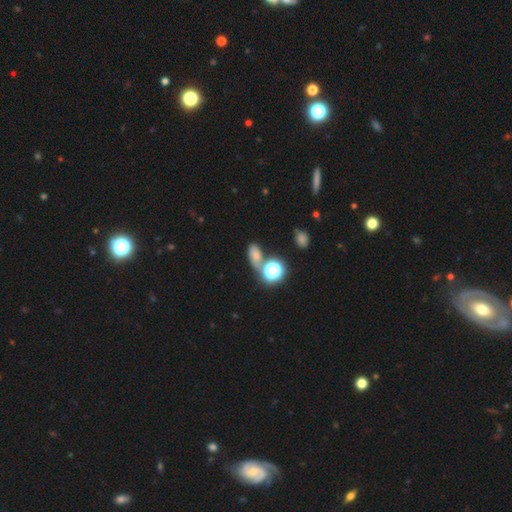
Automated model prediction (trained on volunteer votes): Smooth or featured? smooth (61%)
How rounded? in between (72%)
Merging? none (53%)